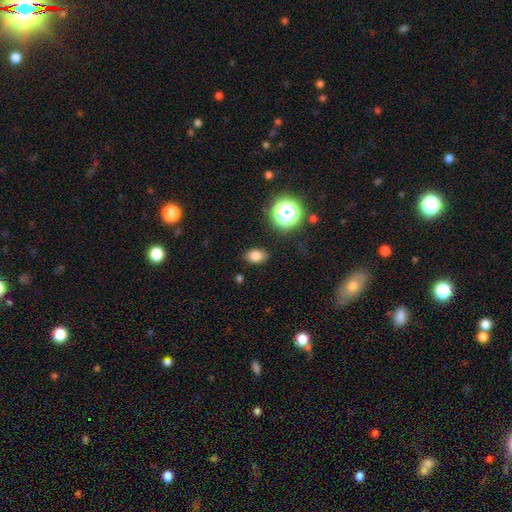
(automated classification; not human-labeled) This is likely a smooth galaxy (79%). How rounded: likely in between (77%). Merging: clearly none (86%).